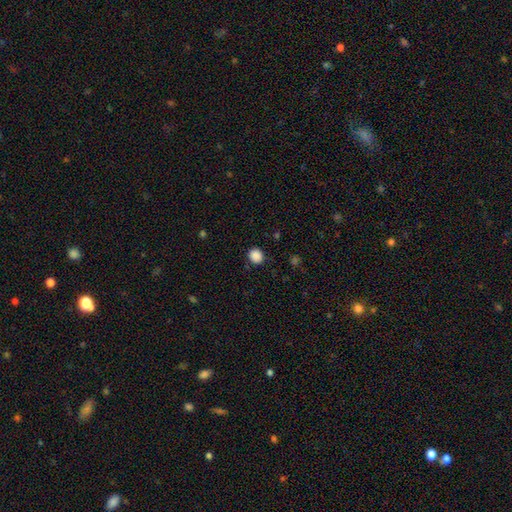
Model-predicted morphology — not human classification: A smooth galaxy with no disk features (88%) that is round (81%).

Vote fractions:
- Smooth or featured? smooth: 88% / star or artifact: 10% / featured or disk: 2%
- How rounded? round: 81% / in between: 18% / cigar-shaped: 1%
- Merging? none: 89% / minor disturbance: 8% / major disturbance: 2% / merger: 1%